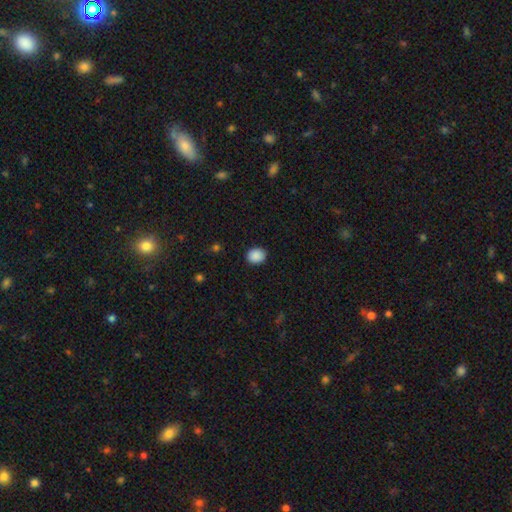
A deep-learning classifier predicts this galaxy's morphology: smooth_or_featured: smooth (p=0.89) [alt: star or artifact p=0.08]
how_rounded: round (p=0.54) [alt: in between p=0.46]
merging: none (p=0.89) [alt: minor disturbance p=0.08]